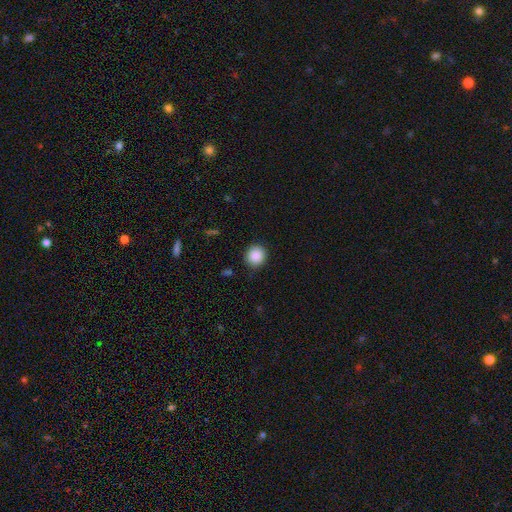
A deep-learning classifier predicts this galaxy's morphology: A smooth galaxy with no disk features (88%) that is round (90%).

Vote fractions:
- Smooth or featured? smooth: 88% / star or artifact: 9% / featured or disk: 3%
- How rounded? round: 90% / in between: 9% / cigar-shaped: 1%
- Merging? none: 87% / minor disturbance: 9% / major disturbance: 2% / merger: 1%